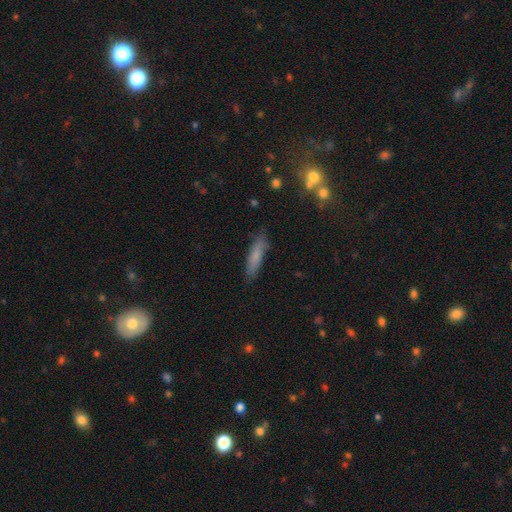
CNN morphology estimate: Smooth or featured: smooth — 76% (featured or disk — 17%)
How rounded: cigar-shaped — 78% (in between — 20%)
Merging: none — 84% (minor disturbance — 12%)